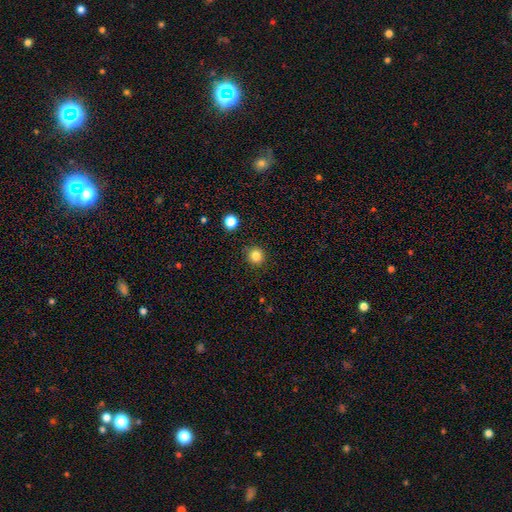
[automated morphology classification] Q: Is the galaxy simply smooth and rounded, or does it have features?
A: smooth — 83%.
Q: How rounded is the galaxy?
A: round — 92%.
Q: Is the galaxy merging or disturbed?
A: none — 91%.